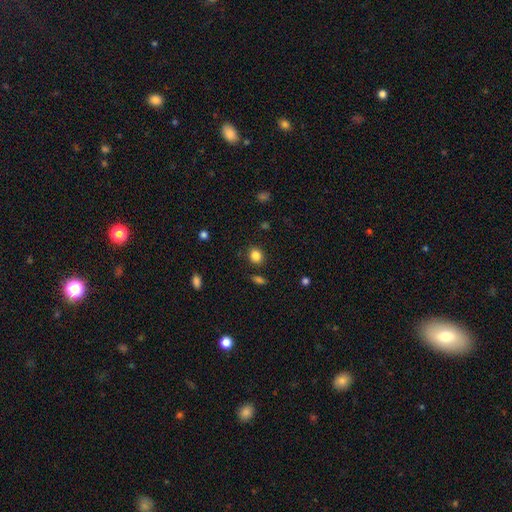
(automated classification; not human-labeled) The model was most divided on "how rounded": round: 66%, in between: 33%, cigar-shaped: 1%. More confident: merging — none (85%); smooth or featured — smooth (84%).